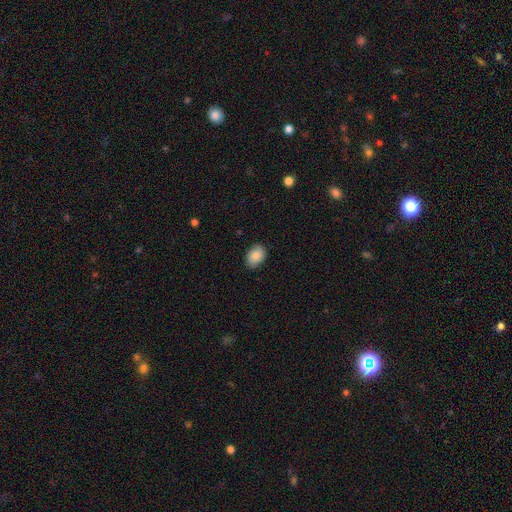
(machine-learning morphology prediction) Smooth or featured?
  - smooth: 86% *
  - star or artifact: 7%
  - featured or disk: 7%
How rounded?
  - in between: 80% *
  - round: 19%
  - cigar-shaped: 1%
Merging?
  - none: 85% *
  - minor disturbance: 12%
  - major disturbance: 2%
  - merger: 1%